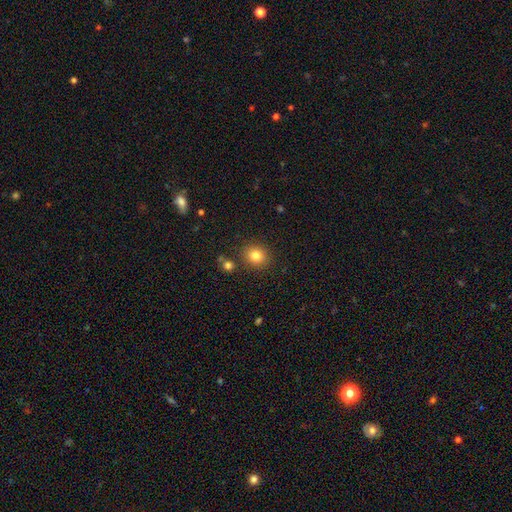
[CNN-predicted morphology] Q: Smooth or featured?
A: smooth (82%); runner-up: star or artifact (11%)
Q: How rounded?
A: round (78%); runner-up: in between (21%)
Q: Merging?
A: none (86%); runner-up: minor disturbance (8%)